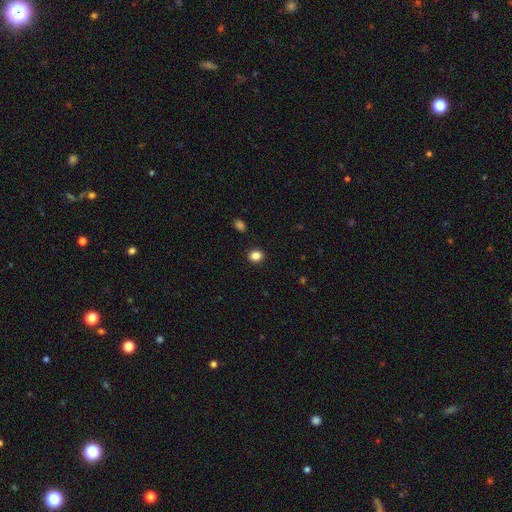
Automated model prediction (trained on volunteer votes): smooth_or_featured: smooth (p=0.86) [alt: star or artifact p=0.11]
how_rounded: round (p=0.56) [alt: in between p=0.43]
merging: none (p=0.90) [alt: minor disturbance p=0.07]